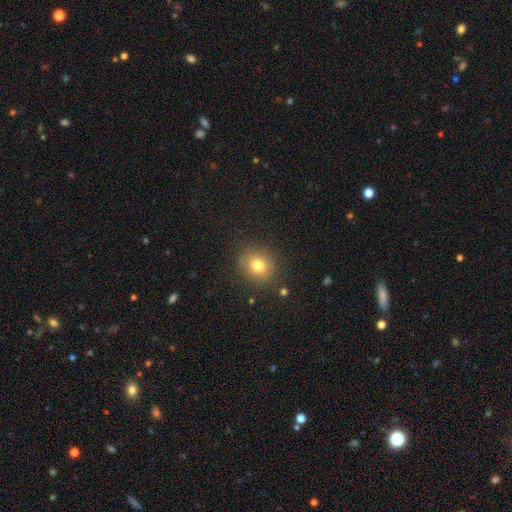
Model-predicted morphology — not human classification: Smooth or featured?
  - smooth: 65% *
  - star or artifact: 28%
  - featured or disk: 7%
How rounded?
  - round: 86% *
  - in between: 12%
  - cigar-shaped: 1%
Merging?
  - none: 90% *
  - minor disturbance: 6%
  - major disturbance: 2%
  - merger: 2%